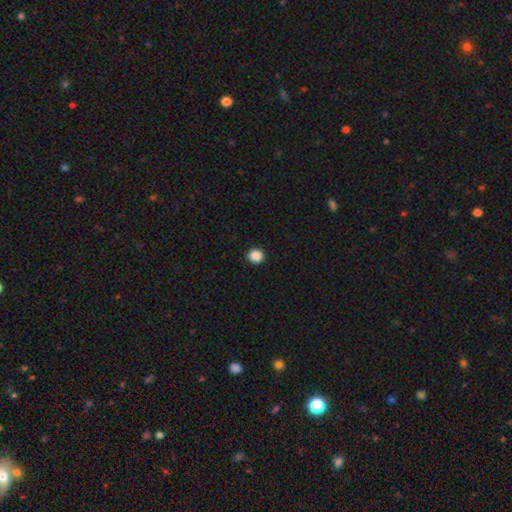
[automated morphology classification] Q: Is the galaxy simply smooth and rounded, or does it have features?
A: smooth — 88%.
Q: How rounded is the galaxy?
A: round — 93%.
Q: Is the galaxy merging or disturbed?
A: none — 93%.